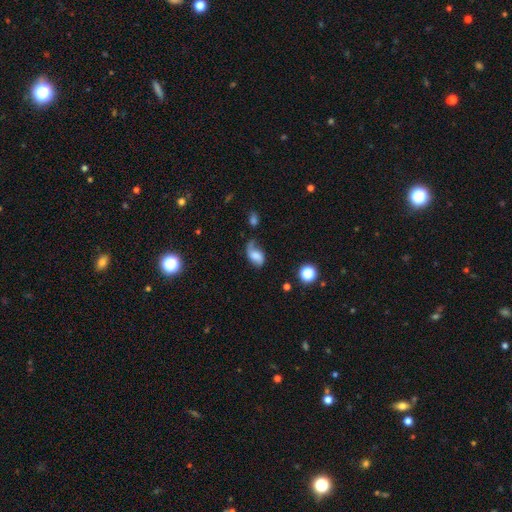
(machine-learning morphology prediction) Overall: featured or disk (45%; smooth 44%). Merging: none (38%; minor disturbance 30%).